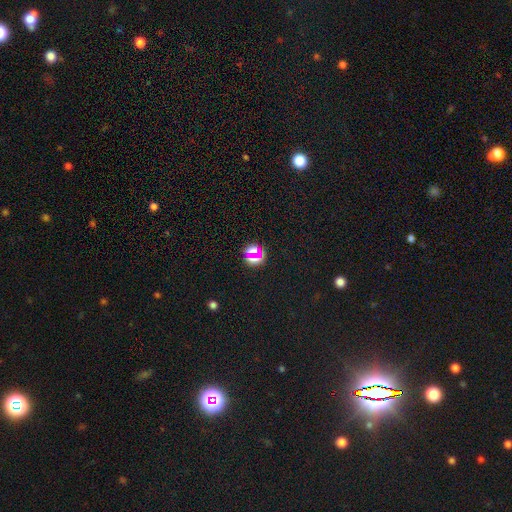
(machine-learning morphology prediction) Smooth or featured: star or artifact — 52% (smooth — 35%)